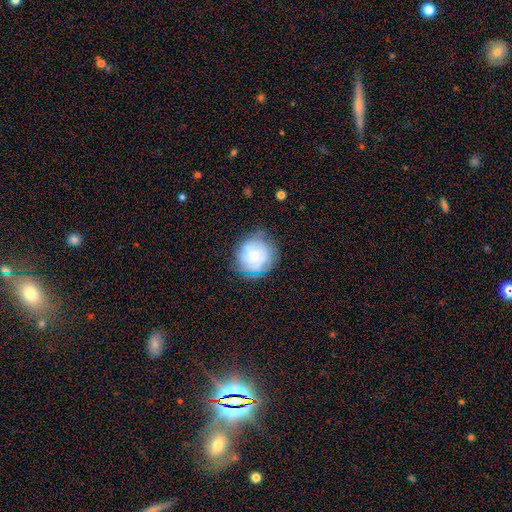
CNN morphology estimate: This is possibly a smooth galaxy (58%). How rounded: clearly round (87%). Merging: likely none (68%).